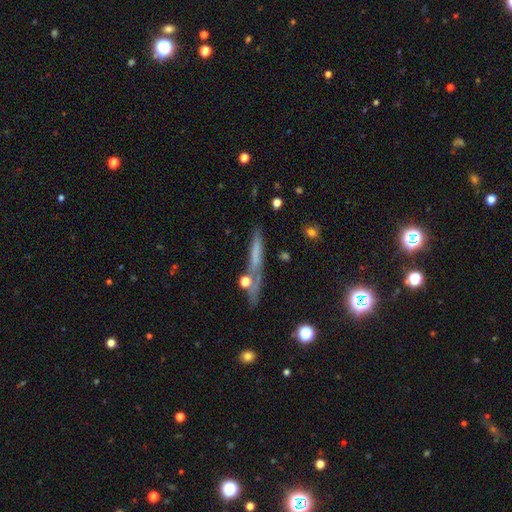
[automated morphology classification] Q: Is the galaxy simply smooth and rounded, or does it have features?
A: smooth — 46%.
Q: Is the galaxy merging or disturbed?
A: none — 71%.